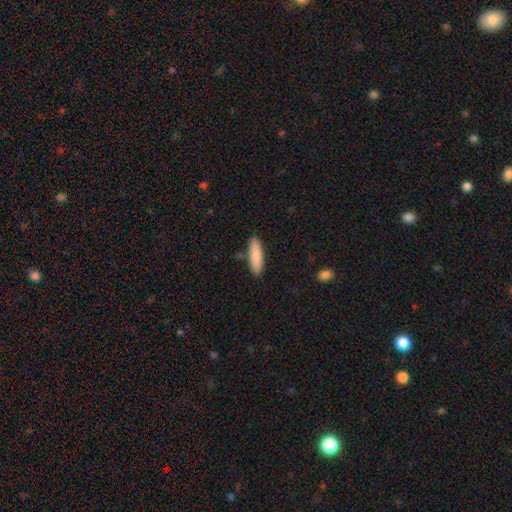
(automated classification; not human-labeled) A smooth galaxy with no disk features (86%) that is cigar-shaped (63%).

Vote fractions:
- Smooth or featured? smooth: 86% / featured or disk: 8% / star or artifact: 6%
- How rounded? cigar-shaped: 63% / in between: 36% / round: 1%
- Merging? none: 86% / minor disturbance: 9% / merger: 3% / major disturbance: 2%